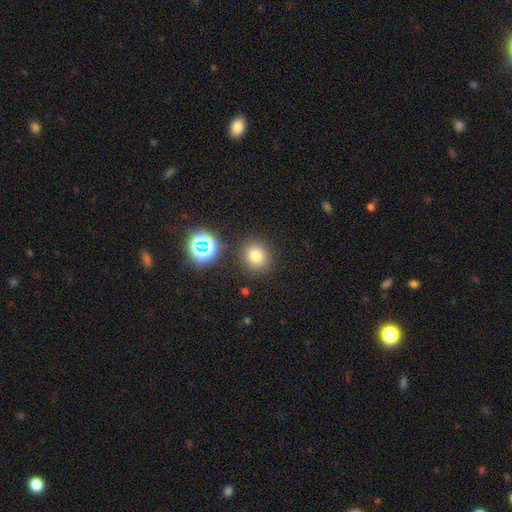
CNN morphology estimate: smooth 75%, star or artifact 17%, featured or disk 8%. Down the decision tree: how rounded — round (83%); merging — none (85%).